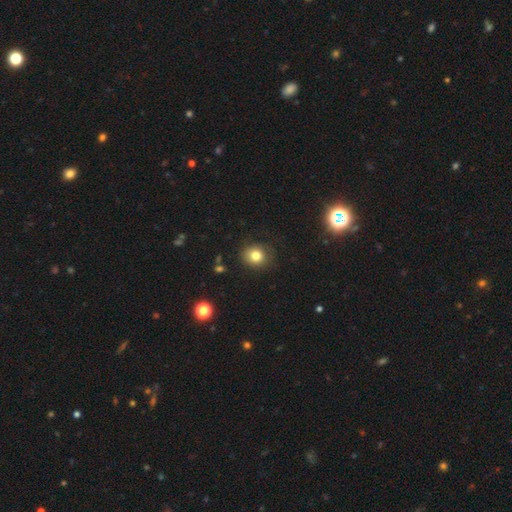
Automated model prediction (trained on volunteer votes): Morphology: type=smooth (80%); roundness=round (77%); merging=none (83%).